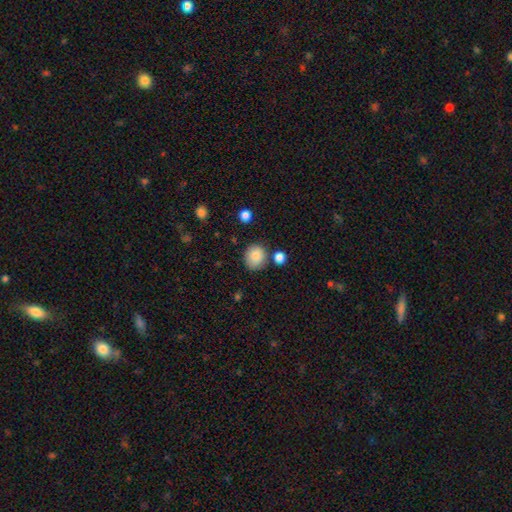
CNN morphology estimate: This appears to be a smooth galaxy with no disk features (85%) that is round (76%). Merging: none (76%).